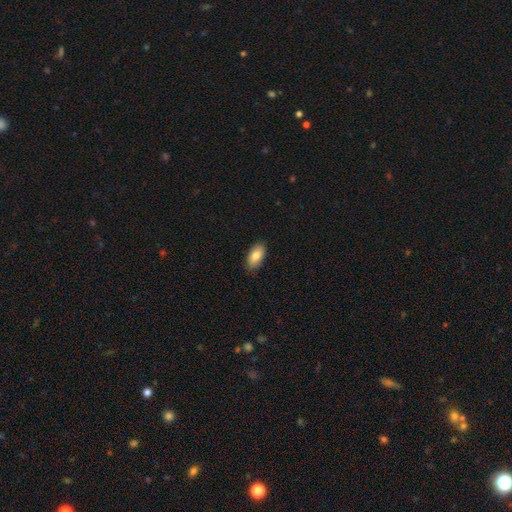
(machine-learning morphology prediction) smooth_or_featured: smooth (p=0.83) [alt: featured or disk p=0.10]
how_rounded: in between (p=0.93) [alt: cigar-shaped p=0.04]
merging: none (p=0.85) [alt: minor disturbance p=0.12]